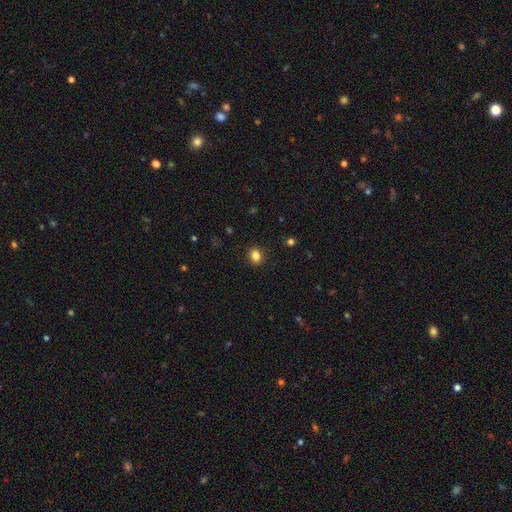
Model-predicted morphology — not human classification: smooth 84%, star or artifact 11%, featured or disk 5%. Down the decision tree: how rounded — in between (50%); merging — none (90%).